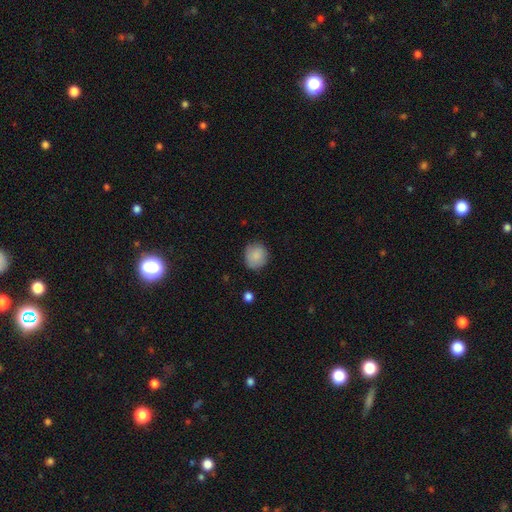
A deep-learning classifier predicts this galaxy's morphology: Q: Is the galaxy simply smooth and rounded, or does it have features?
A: smooth — 86%.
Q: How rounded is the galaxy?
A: round — 83%.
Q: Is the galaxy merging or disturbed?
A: none — 81%.